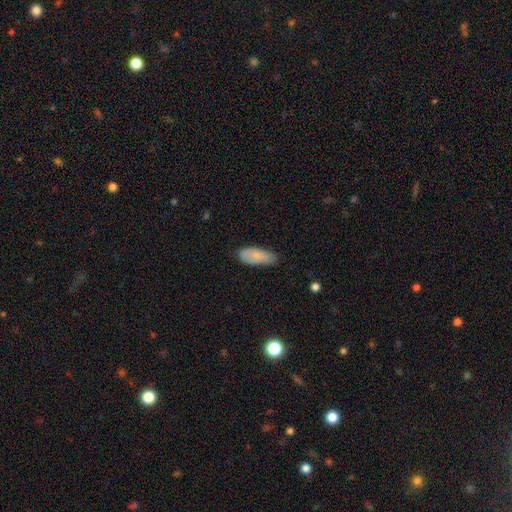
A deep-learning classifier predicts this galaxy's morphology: Smooth or featured: smooth — 79% (featured or disk — 15%)
How rounded: in between — 83% (cigar-shaped — 15%)
Merging: none — 65% (minor disturbance — 29%)